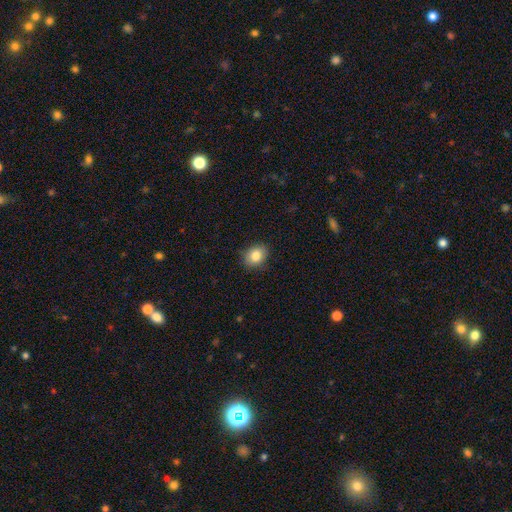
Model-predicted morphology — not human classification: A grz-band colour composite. It shows a smooth galaxy with no disk features (85%) that is in between round and cigar-shaped (51%). Merging: none (87%).